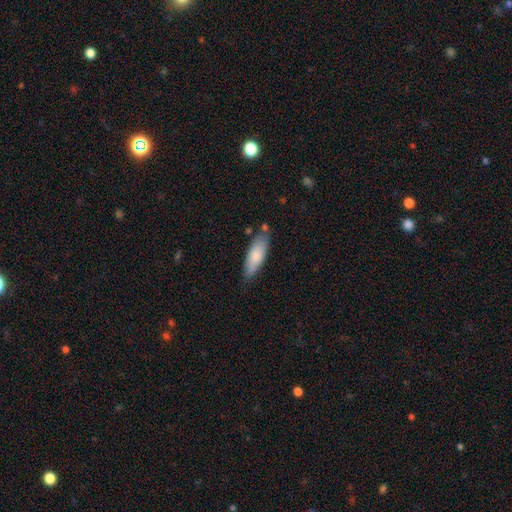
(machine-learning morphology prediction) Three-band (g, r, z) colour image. It shows a smooth galaxy with no disk features (80%) that is in between round and cigar-shaped (60%). Merging: none (73%).